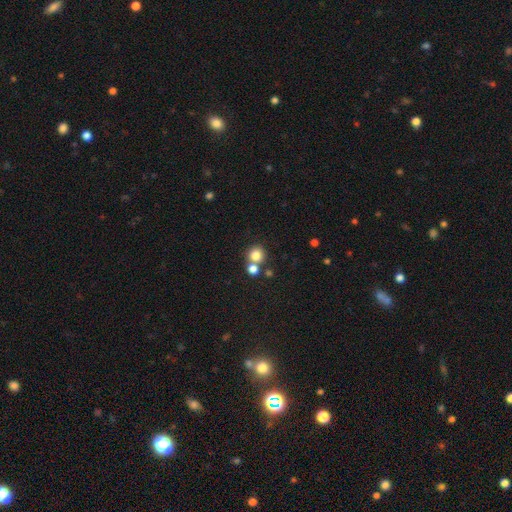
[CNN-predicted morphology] A smooth galaxy with no disk features (81%) that is round (89%). Merging: none (59%).